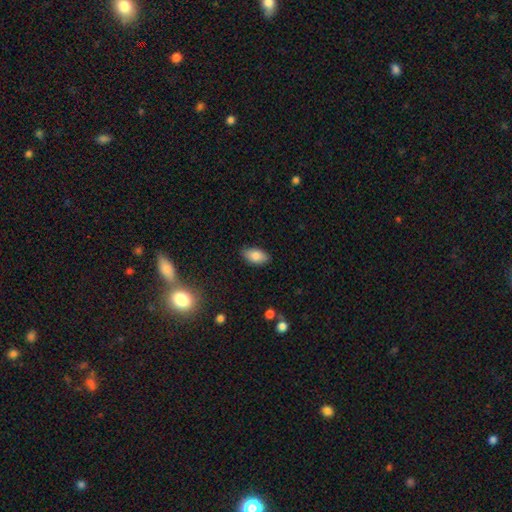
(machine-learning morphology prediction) smooth-or-featured: smooth: 83% | featured or disk: 10% | star or artifact: 8%
  how-rounded: in between: 92% | round: 4% | cigar-shaped: 4%
  merging: none: 86% | minor disturbance: 11% | major disturbance: 2% | merger: 1%